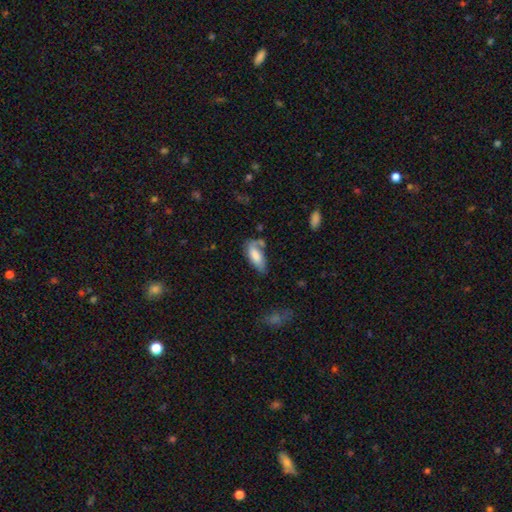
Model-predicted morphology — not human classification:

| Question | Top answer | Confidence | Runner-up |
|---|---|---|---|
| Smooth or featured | smooth | 73% | featured or disk (19%) |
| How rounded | in between | 82% | cigar-shaped (16%) |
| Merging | none | 42% | minor disturbance (28%) |